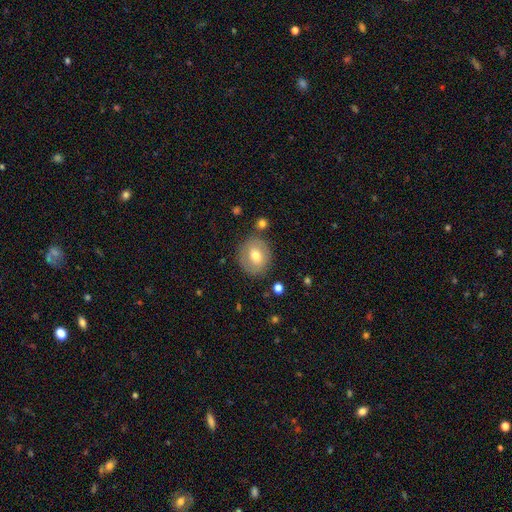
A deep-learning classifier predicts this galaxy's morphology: A smooth galaxy with no disk features (62%) that is round (76%).

Vote fractions:
- Smooth or featured? smooth: 62% / featured or disk: 30% / star or artifact: 8%
- How rounded? round: 76% / in between: 23% / cigar-shaped: 1%
- Merging? none: 79% / minor disturbance: 13% / major disturbance: 4% / merger: 4%